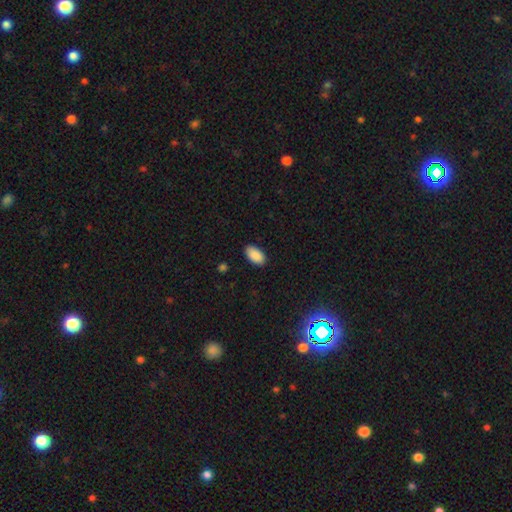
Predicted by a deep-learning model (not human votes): Smooth or featured? Predicted: smooth (p=0.90). How rounded? Predicted: in between (p=0.95). Merging? Predicted: none (p=0.88).